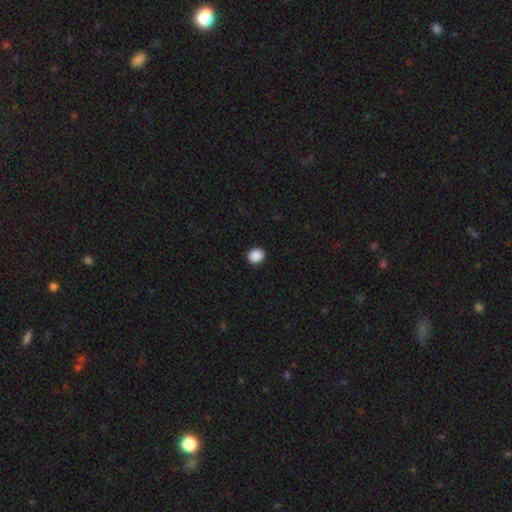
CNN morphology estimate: The model was most divided on "how rounded": round: 74%, in between: 25%, cigar-shaped: 1%. More confident: merging — none (92%); smooth or featured — smooth (89%).